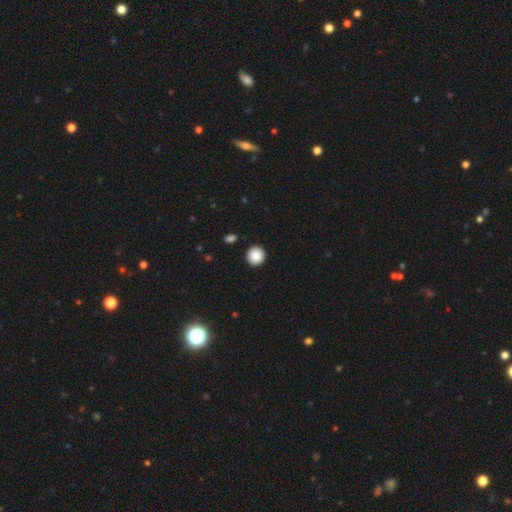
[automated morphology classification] smooth_or_featured: smooth (p=0.89) [alt: star or artifact p=0.08]
how_rounded: round (p=0.94) [alt: in between p=0.05]
merging: none (p=0.92) [alt: minor disturbance p=0.05]